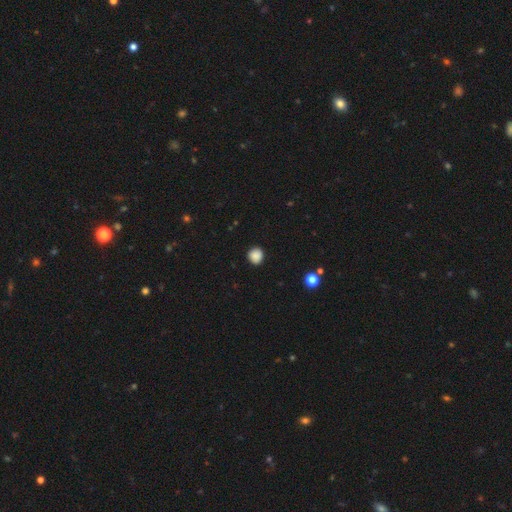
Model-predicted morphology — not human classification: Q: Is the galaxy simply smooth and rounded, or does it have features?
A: smooth — 87%.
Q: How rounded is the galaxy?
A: round — 87%.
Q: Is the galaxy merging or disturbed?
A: none — 89%.